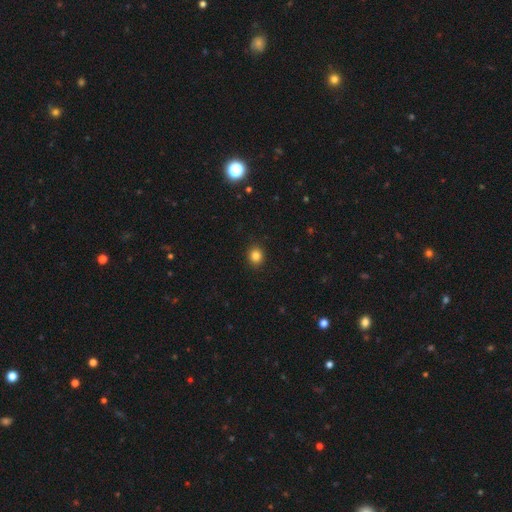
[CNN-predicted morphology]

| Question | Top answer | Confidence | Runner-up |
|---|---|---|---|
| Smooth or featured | smooth | 84% | star or artifact (12%) |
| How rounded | round | 78% | in between (21%) |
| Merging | none | 91% | minor disturbance (6%) |